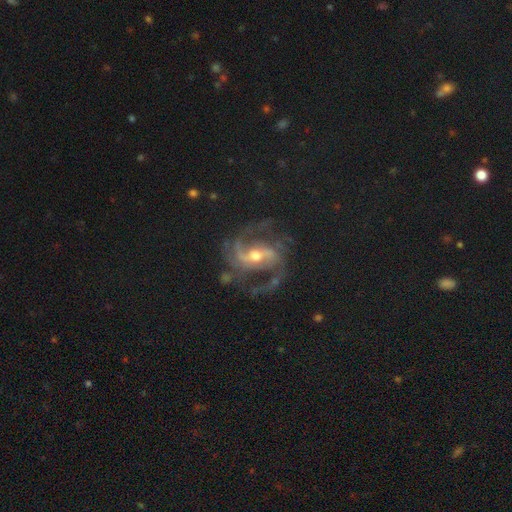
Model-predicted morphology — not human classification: smooth-or-featured: featured or disk: 91% | star or artifact: 6% | smooth: 3%
  disk-edge-on: no: 98% | yes: 2%
    bar: strong: 41% (tied) | weak: 41% (tied) | no: 18%
    has-spiral-arms: yes: 98% | no: 2%
      spiral-winding: medium: 53% | loose: 32% | tight: 15%
      spiral-arm-count: 2: 70% | 3: 13% | can't tell: 6% | 4: 4% | 1: 4% | more than 4: 3%
    bulge-size: moderate: 59% | small: 35% | large: 4% | none: 1% | dominant: 1%
  merging: none: 66% | minor disturbance: 17% | major disturbance: 15% | merger: 2%